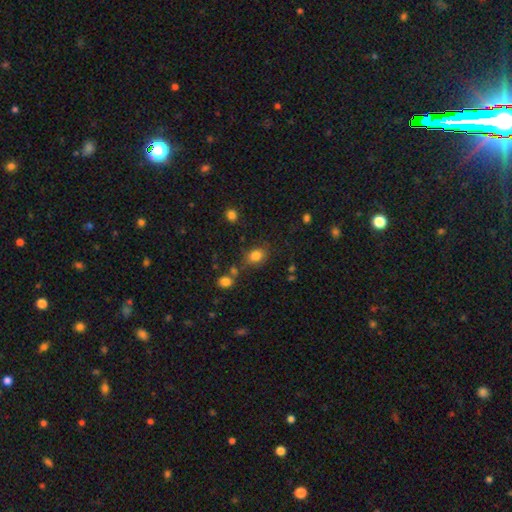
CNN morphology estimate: Overall: smooth (82%). How rounded: in between (60%; round 39%). Merging: none (71%).